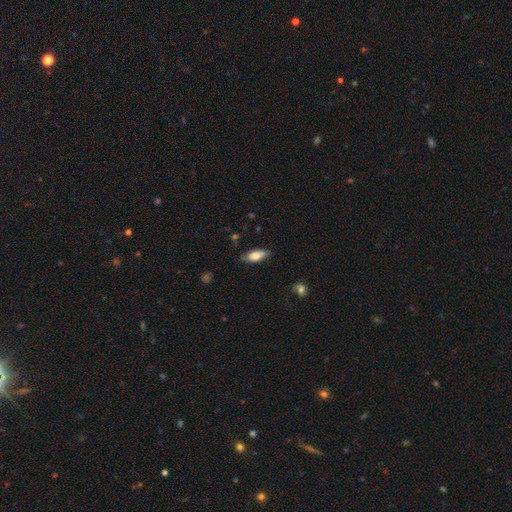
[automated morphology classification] This appears to be a smooth galaxy with no disk features (75%) that is in between round and cigar-shaped (75%). Merging: none (76%).